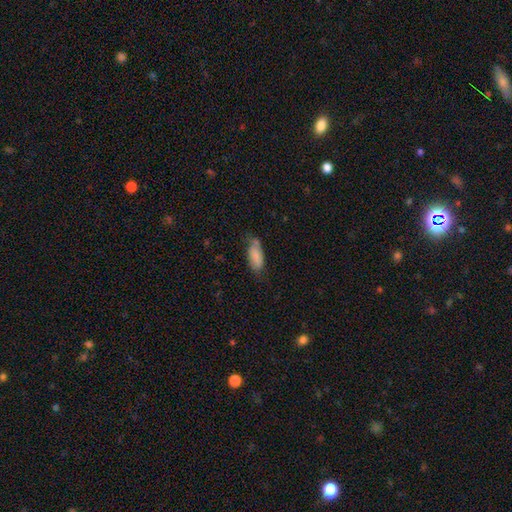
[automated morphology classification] type=smooth (81%); roundness=in between (84%); merging=none (50%).